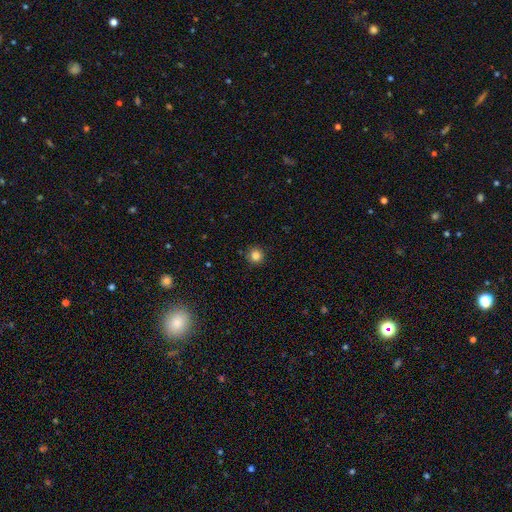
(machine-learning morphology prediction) Smooth or featured?
  - smooth: 84% *
  - star or artifact: 12%
  - featured or disk: 4%
How rounded?
  - round: 95% *
  - in between: 4%
  - cigar-shaped: 1%
Merging?
  - none: 91% *
  - minor disturbance: 6%
  - major disturbance: 2%
  - merger: 1%